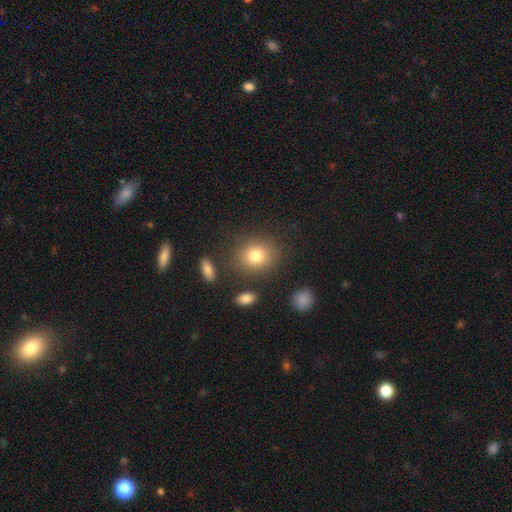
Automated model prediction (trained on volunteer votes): A smooth galaxy with no disk features (80%) that is round (63%). Merging: none (82%).